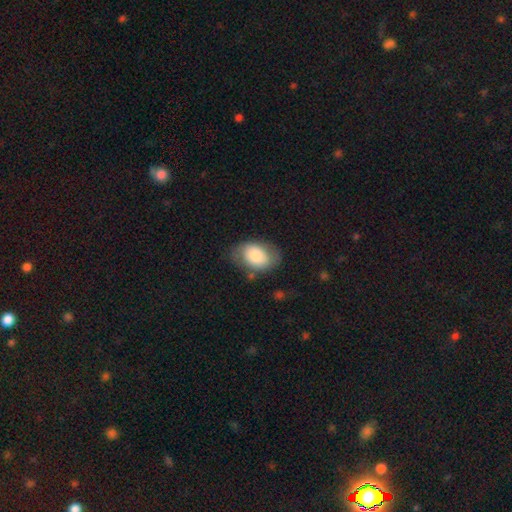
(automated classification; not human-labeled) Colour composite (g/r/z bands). It shows a smooth galaxy with no disk features (72%) that is in between round and cigar-shaped (84%). Merging: none (67%).